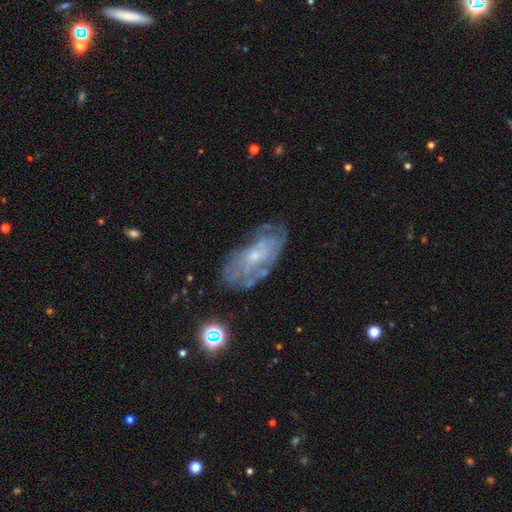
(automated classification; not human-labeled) This appears to be a featured or disk galaxy (65%) with no bar (77%), spiral arms (58%) and a small central bulge (67%). Merging: none (61%).